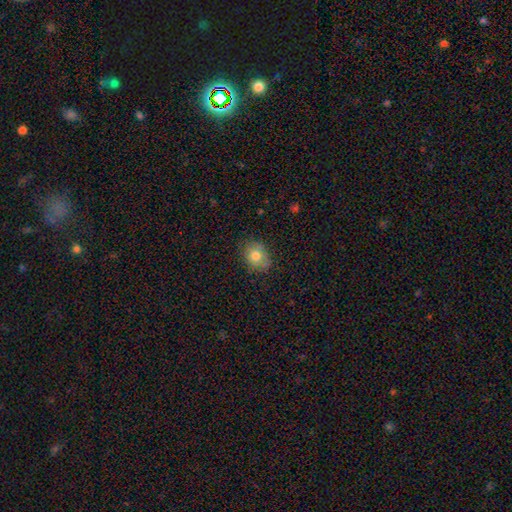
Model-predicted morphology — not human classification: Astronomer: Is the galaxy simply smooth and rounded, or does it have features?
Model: smooth — 77%.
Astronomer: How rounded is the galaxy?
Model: in between — 53% (runner-up: round, 46%).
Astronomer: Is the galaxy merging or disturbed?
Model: none — 77%.